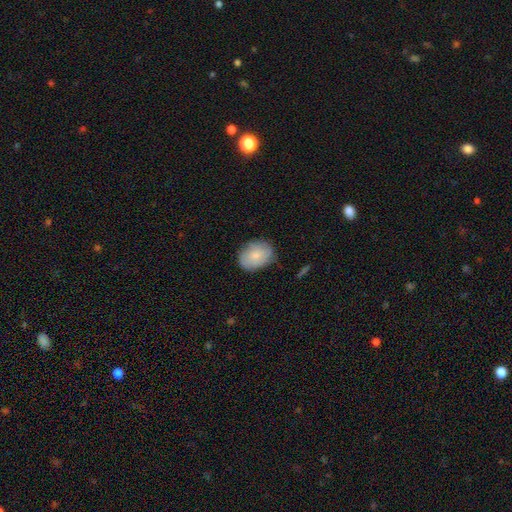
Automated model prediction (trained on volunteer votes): A smooth galaxy with no disk features (77%) that is in between round and cigar-shaped (63%).

Vote fractions:
- Smooth or featured? smooth: 77% / featured or disk: 16% / star or artifact: 7%
- How rounded? in between: 63% / round: 36% / cigar-shaped: 1%
- Merging? none: 77% / minor disturbance: 18% / major disturbance: 4% / merger: 1%